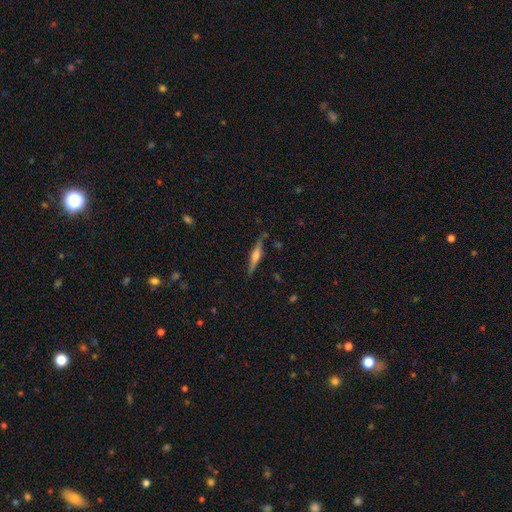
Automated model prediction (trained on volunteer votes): smooth-or-featured: featured or disk: 69% | smooth: 25% | star or artifact: 6%
  disk-edge-on: yes: 98% | no: 2%
    edge-on-bulge: rounded: 82% | boxy: 13% | none: 5%
  merging: none: 87% | minor disturbance: 10% | major disturbance: 2% | merger: 2%